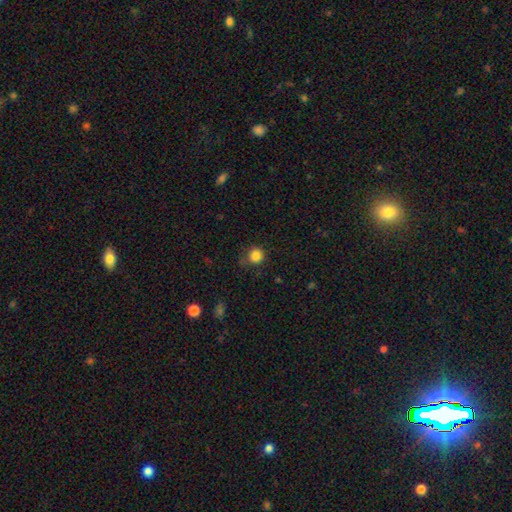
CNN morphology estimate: A smooth galaxy with no disk features (83%) that is round (90%).

Vote fractions:
- Smooth or featured? smooth: 83% / star or artifact: 12% / featured or disk: 5%
- How rounded? round: 90% / in between: 9% / cigar-shaped: 1%
- Merging? none: 72% / minor disturbance: 20% / major disturbance: 6% / merger: 2%